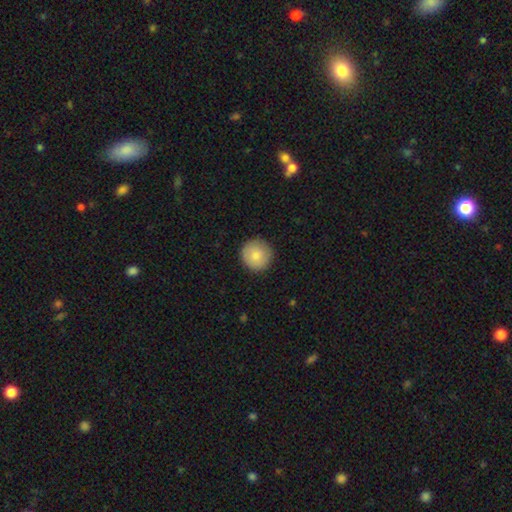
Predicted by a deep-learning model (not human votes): Smooth or featured? smooth (83%)
How rounded? round (95%)
Merging? none (90%)